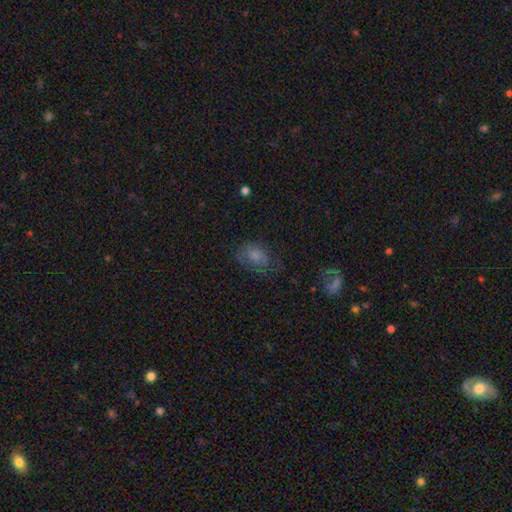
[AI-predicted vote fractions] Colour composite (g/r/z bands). It shows a smooth galaxy with no disk features (67%) that is in between round and cigar-shaped (76%). Merging: none (54%).